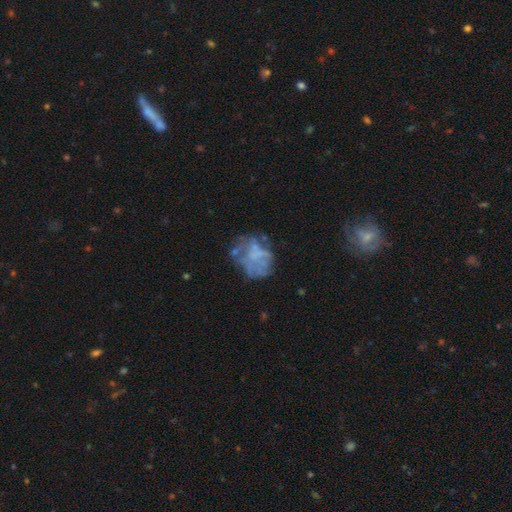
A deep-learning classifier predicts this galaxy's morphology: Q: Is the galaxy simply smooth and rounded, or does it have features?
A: featured or disk — 59%.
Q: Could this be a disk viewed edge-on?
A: no — 98%.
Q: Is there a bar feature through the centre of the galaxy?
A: no — 89%.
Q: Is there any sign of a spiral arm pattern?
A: no — 83%.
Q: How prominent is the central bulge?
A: none — 75%.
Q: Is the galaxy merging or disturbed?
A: none — 49%.